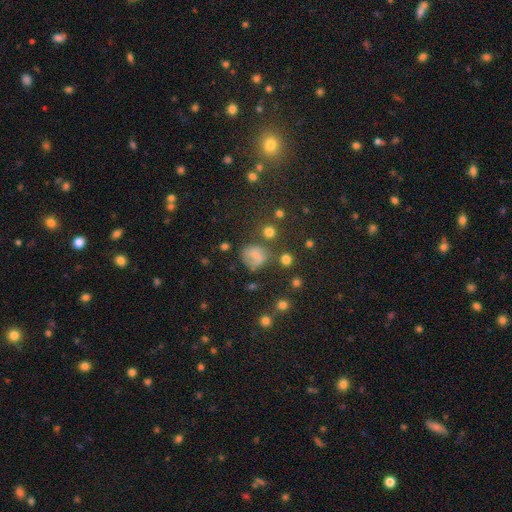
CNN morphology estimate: smooth-or-featured: smooth: 60% | featured or disk: 22% | star or artifact: 18%
  how-rounded: round: 67% | in between: 32% | cigar-shaped: 1%
  merging: none: 49% | minor disturbance: 26% | major disturbance: 18% | merger: 7%